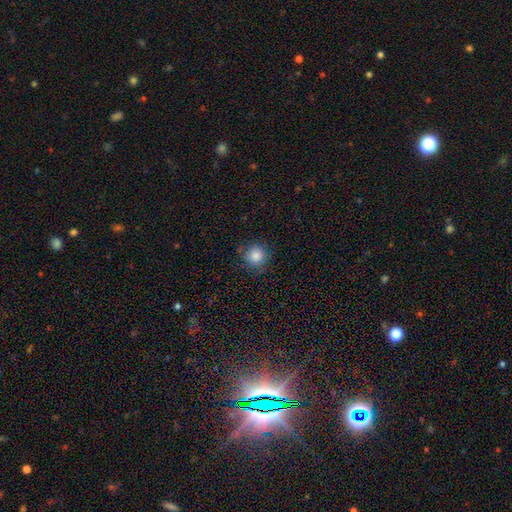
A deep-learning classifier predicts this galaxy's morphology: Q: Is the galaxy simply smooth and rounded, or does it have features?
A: smooth — 86%.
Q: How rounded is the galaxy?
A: round — 93%.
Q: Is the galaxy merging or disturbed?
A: none — 84%.